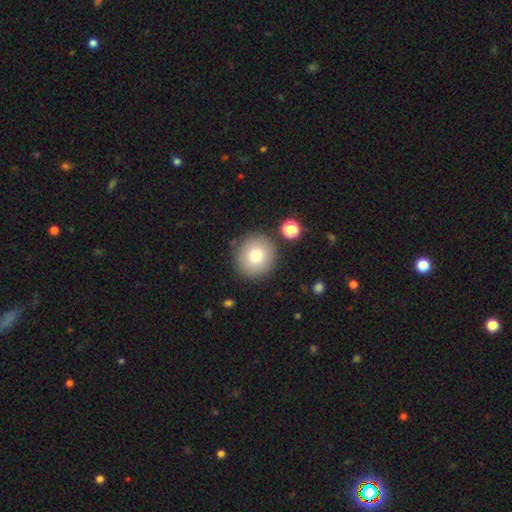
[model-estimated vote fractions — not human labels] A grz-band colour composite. It shows a smooth galaxy with no disk features (80%) that is round (92%). Merging: none (85%).